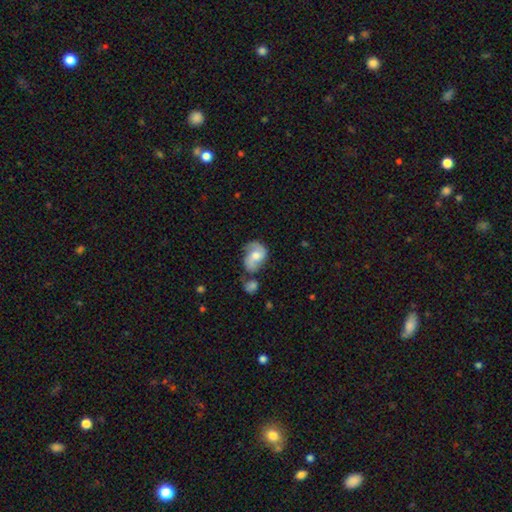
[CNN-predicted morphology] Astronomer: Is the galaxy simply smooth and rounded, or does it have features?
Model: featured or disk — 63%.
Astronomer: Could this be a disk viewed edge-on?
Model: no — 97%.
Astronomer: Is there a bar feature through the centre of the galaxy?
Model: no — 59%.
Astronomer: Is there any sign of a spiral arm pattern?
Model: yes — 88%.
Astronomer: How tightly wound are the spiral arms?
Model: medium — 46% (runner-up: loose, 33%).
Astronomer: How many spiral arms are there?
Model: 2 — 79%.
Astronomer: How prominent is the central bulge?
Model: moderate — 65%.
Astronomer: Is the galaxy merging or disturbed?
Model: none — 46% (runner-up: minor disturbance, 24%).